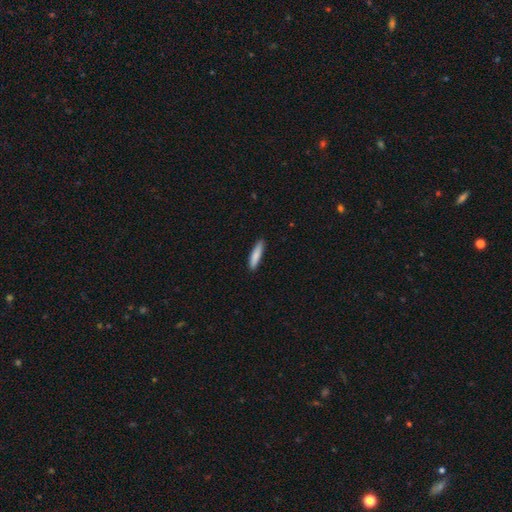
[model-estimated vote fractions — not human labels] The model was most divided on "how rounded": cigar-shaped: 85%, in between: 14%, round: 1%. More confident: merging — none (88%); smooth or featured — smooth (85%).